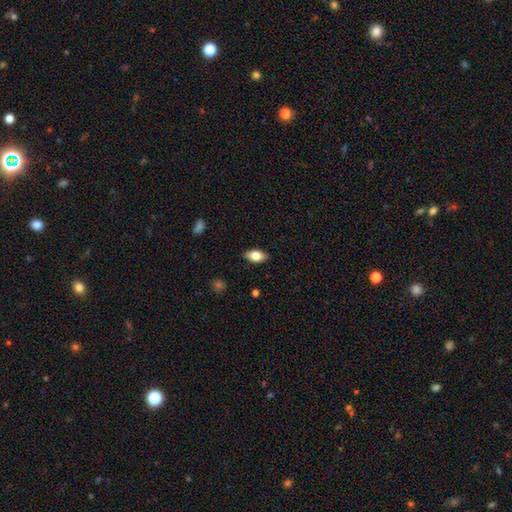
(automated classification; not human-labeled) This is likely a smooth galaxy (79%). How rounded: clearly in between (90%). Merging: clearly none (87%).